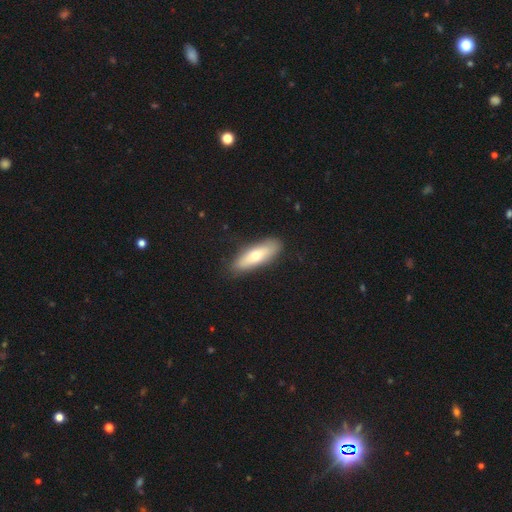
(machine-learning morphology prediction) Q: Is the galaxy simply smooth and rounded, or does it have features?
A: smooth — 65%.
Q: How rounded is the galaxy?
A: in between — 53%.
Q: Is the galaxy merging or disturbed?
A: none — 87%.